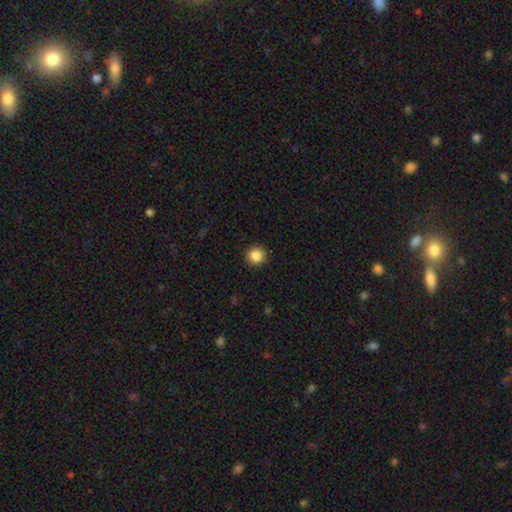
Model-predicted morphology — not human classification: Overall: smooth (86%). How rounded: round (92%). Merging: none (91%).